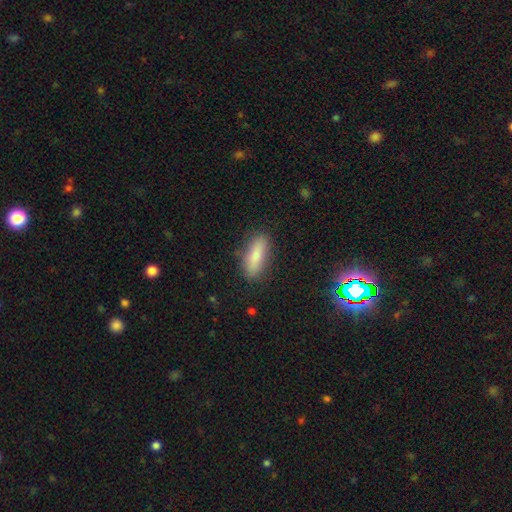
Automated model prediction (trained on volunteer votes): This is clearly a smooth galaxy (81%). How rounded: possibly in between (58%). Merging: clearly none (84%).